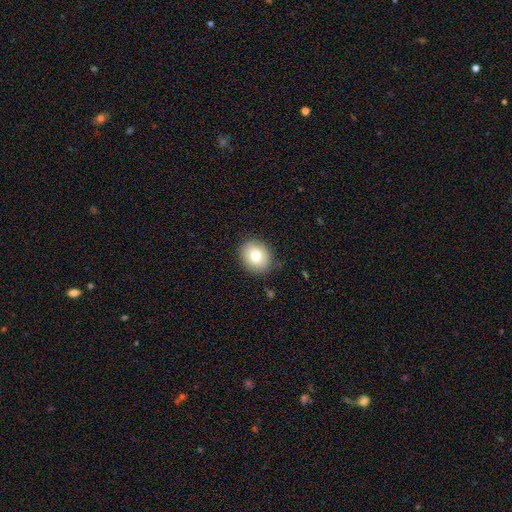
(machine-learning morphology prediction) Smooth or featured: smooth — 79% (featured or disk — 13%)
How rounded: round — 56% (in between — 43%)
Merging: none — 85% (minor disturbance — 11%)